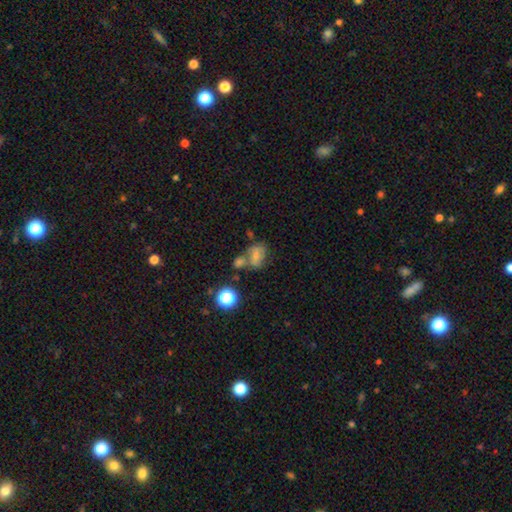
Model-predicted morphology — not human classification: smooth_or_featured: smooth (p=0.58) [alt: featured or disk p=0.26]
how_rounded: in between (p=0.66) [alt: round p=0.32]
merging: merger (p=0.43) [alt: none p=0.33]